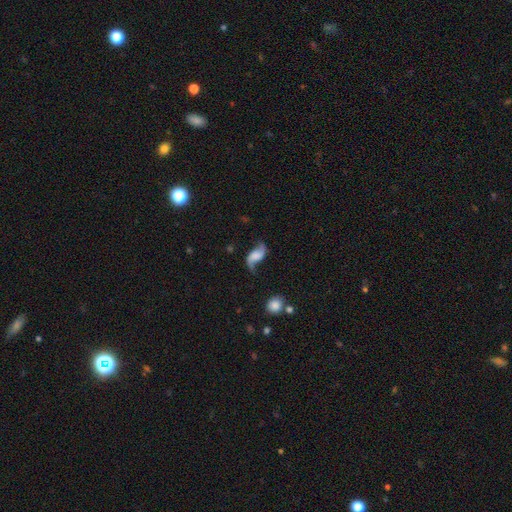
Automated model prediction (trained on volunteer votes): Smooth or featured? Predicted: featured or disk (p=0.76). Edge-on disk? Predicted: no (p=0.96). Bar? Predicted: no (p=0.55). Spiral arms? Predicted: yes (p=0.94). Spiral winding? Predicted: loose (p=0.83). Spiral arm count? Predicted: 2 (p=0.93). Bulge size? Predicted: none (p=0.45). Merging? Predicted: none (p=0.68).